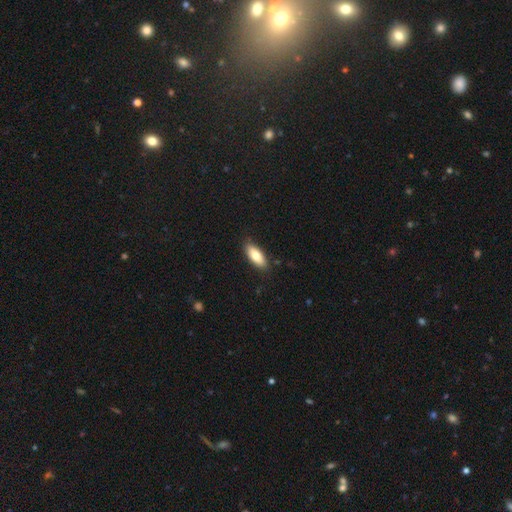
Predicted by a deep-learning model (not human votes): This appears to be a smooth galaxy with no disk features (79%) that is in between round and cigar-shaped (80%). Merging: none (87%).